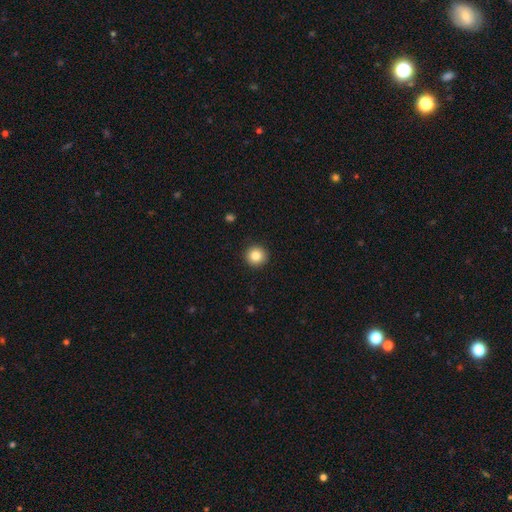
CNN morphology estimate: smooth 84%, star or artifact 10%, featured or disk 6%. Down the decision tree: how rounded — round (95%); merging — none (92%).